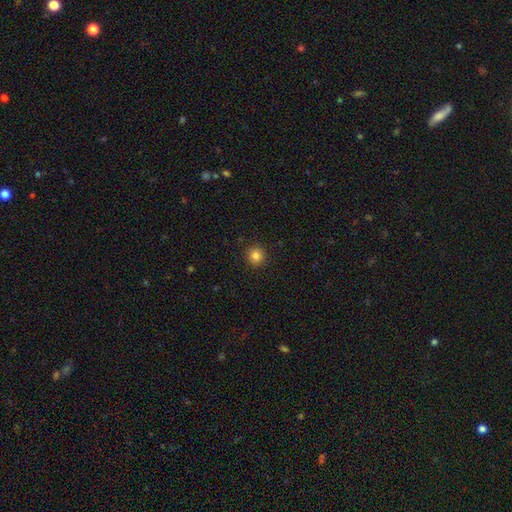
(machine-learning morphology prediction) smooth-or-featured: smooth: 84% | star or artifact: 12% | featured or disk: 4%
  how-rounded: round: 94% | in between: 5% | cigar-shaped: 1%
  merging: none: 92% | minor disturbance: 5% | major disturbance: 2% | merger: 1%